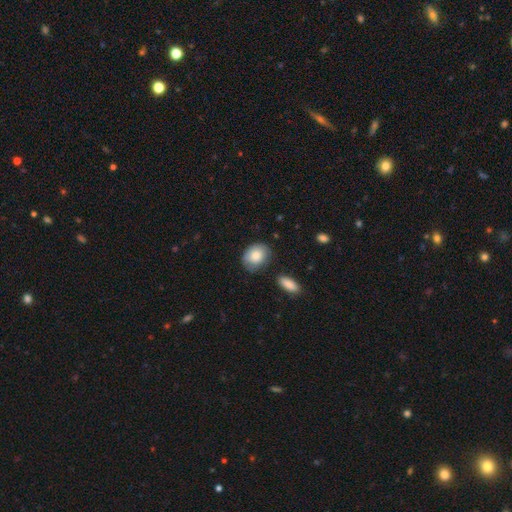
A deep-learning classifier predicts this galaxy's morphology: This is clearly a smooth galaxy (82%). How rounded: likely in between (60%). Merging: likely none (69%).